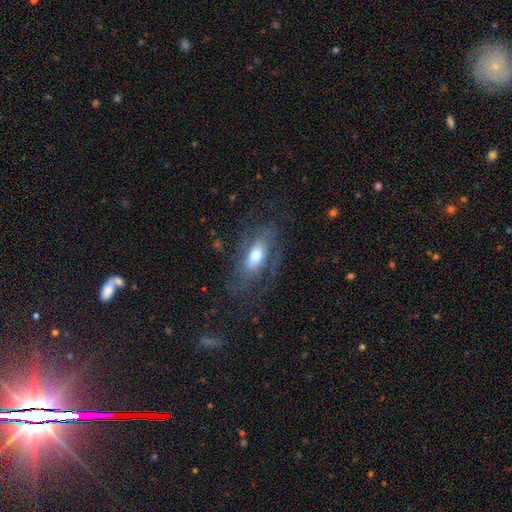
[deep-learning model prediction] Morphology: type=featured or disk (52%); edge-on=no (82%); merging=none (61%).